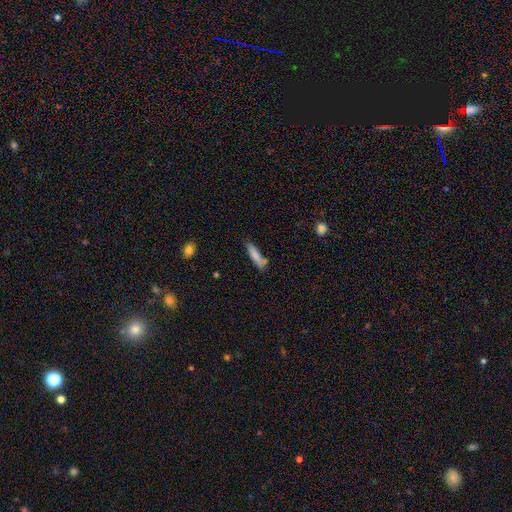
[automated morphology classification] This is clearly a smooth galaxy (80%). How rounded: likely cigar-shaped (79%). Merging: likely none (62%).